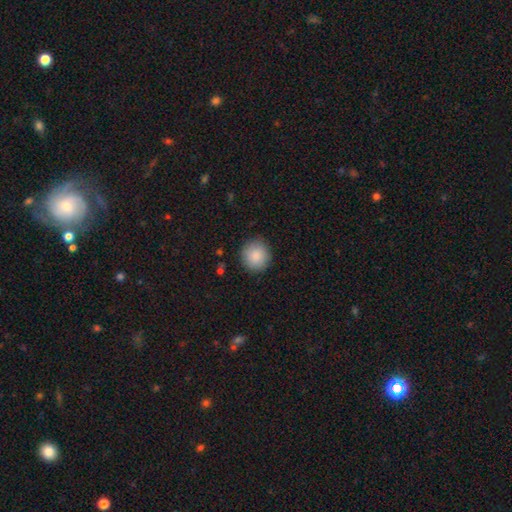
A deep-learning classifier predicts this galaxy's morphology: Smooth or featured?
  - smooth: 88% *
  - star or artifact: 7%
  - featured or disk: 4%
How rounded?
  - round: 88% *
  - in between: 11%
  - cigar-shaped: 1%
Merging?
  - none: 88% *
  - minor disturbance: 9%
  - major disturbance: 2%
  - merger: 1%